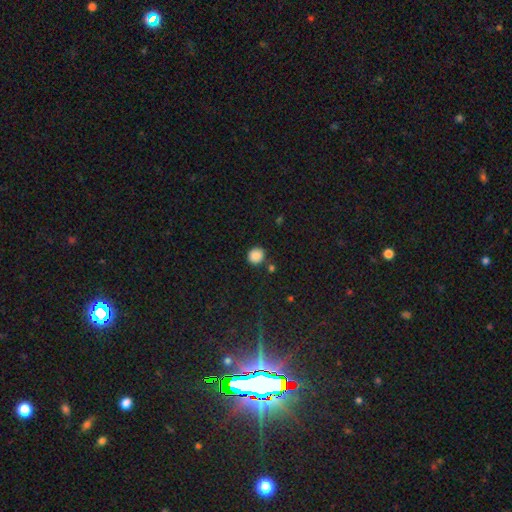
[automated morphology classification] Smooth or featured? Predicted: smooth (p=0.87). How rounded? Predicted: round (p=0.83). Merging? Predicted: none (p=0.84).